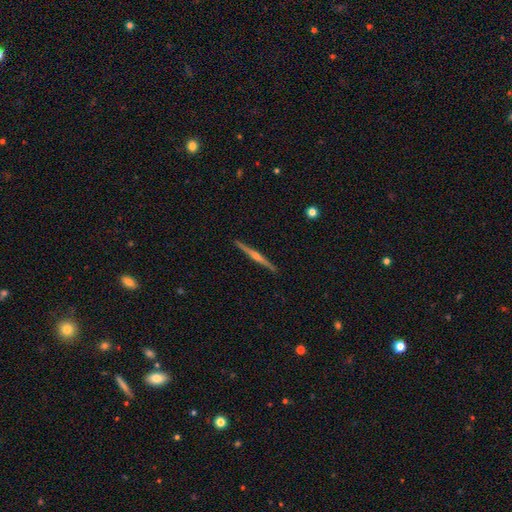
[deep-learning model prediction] This appears to be a featured or disk galaxy (80%) viewed edge-on (99%) with a rounded central bulge (80%). Merging: none (93%).